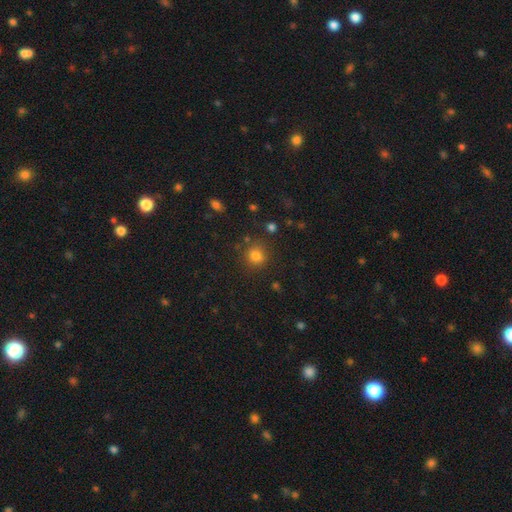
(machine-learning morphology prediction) Overall: smooth (80%). How rounded: round (86%). Merging: none (81%).